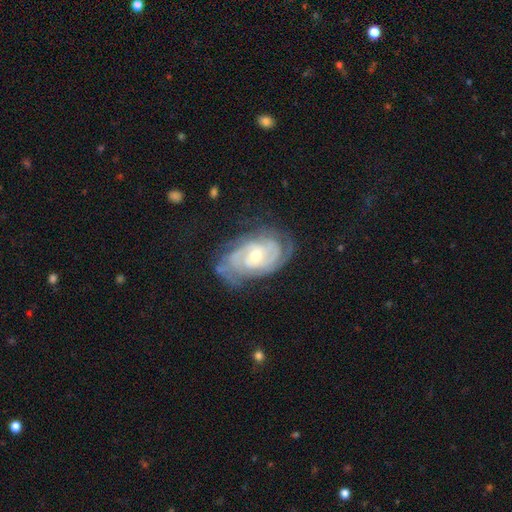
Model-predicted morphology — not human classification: A featured or disk galaxy (88%) with no bar (56%), 2 (35%) tight (71%) spiral arms (97%) and a moderate central bulge (58%).

Vote fractions:
- Smooth or featured? featured or disk: 88% / smooth: 7% / star or artifact: 5%
- Edge-on disk? no: 96% / yes: 4%
- Bar? no: 56% / weak: 34% / strong: 10%
- Spiral arms? yes: 97% / no: 3%
- Spiral winding? tight: 71% / medium: 24% / loose: 5%
- Spiral arm count? 2: 35% / can't tell: 24% / 3: 23% / 4: 8% / 1: 5% / more than 4: 5%
- Bulge size? moderate: 58% / small: 38% / large: 2% / none: 1% / dominant: 1%
- Merging? none: 71% / minor disturbance: 20% / major disturbance: 8% / merger: 1%